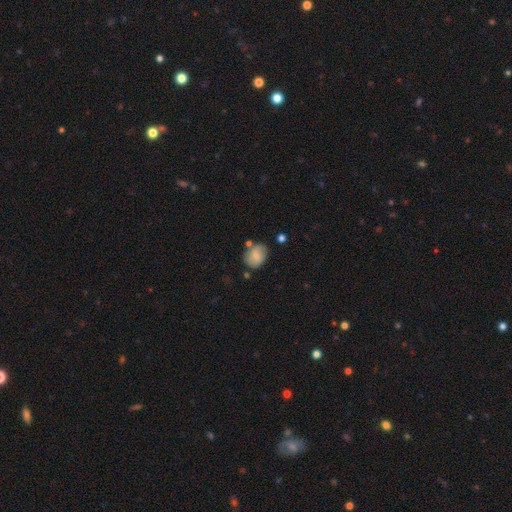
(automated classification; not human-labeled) A smooth galaxy with no disk features (60%) that is in between round and cigar-shaped (53%).

Vote fractions:
- Smooth or featured? smooth: 60% / featured or disk: 31% / star or artifact: 9%
- How rounded? in between: 53% / round: 46% / cigar-shaped: 1%
- Merging? none: 60% / minor disturbance: 25% / merger: 8% / major disturbance: 7%